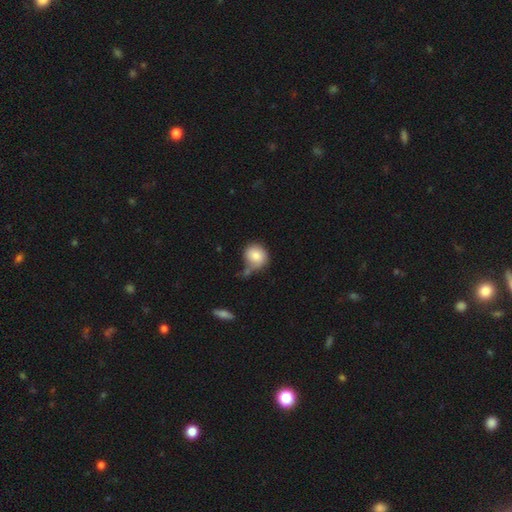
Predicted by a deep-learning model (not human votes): The model was most divided on "merging": none: 40%, minor disturbance: 26%, merger: 19%, major disturbance: 15%. More confident: how rounded — round (82%); smooth or featured — smooth (81%).